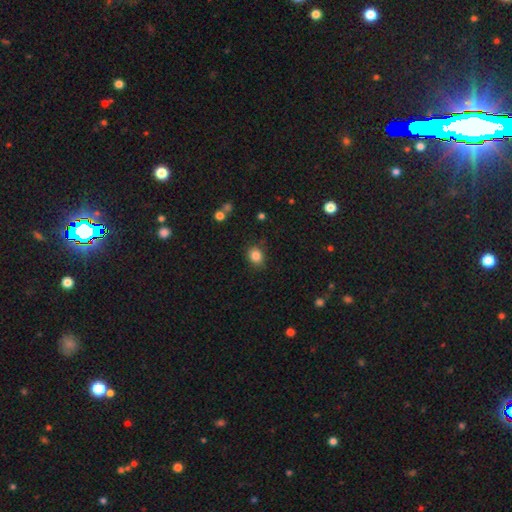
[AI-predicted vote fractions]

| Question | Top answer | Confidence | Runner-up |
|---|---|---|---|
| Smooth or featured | smooth | 85% | star or artifact (10%) |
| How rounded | round | 59% | in between (40%) |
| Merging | none | 83% | minor disturbance (12%) |